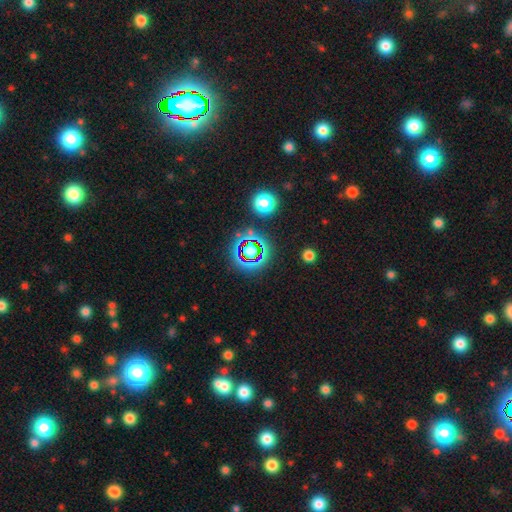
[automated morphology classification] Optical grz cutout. It shows a star or artifact, not a galaxy (75%).